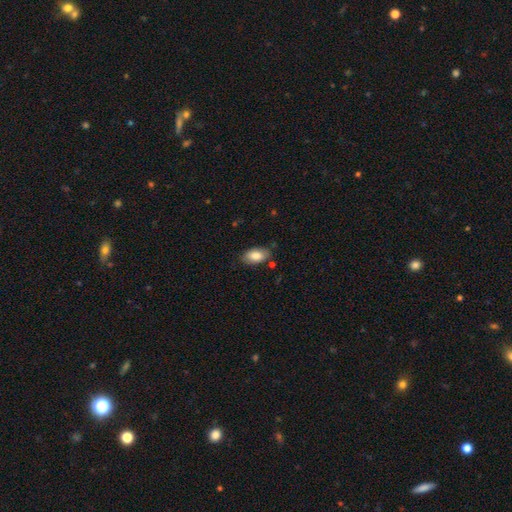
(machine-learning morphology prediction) smooth 84%, featured or disk 9%, star or artifact 7%. Down the decision tree: how rounded — in between (93%); merging — none (80%).